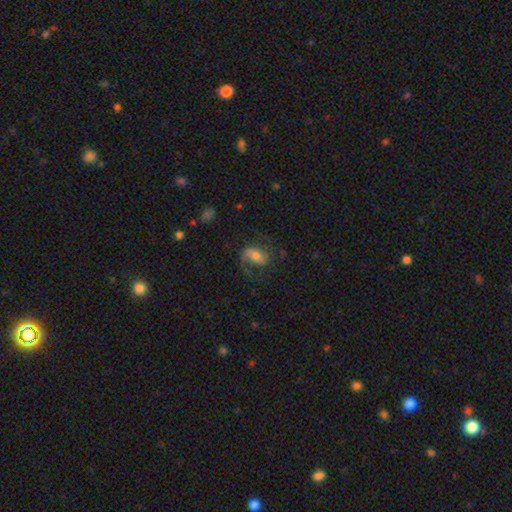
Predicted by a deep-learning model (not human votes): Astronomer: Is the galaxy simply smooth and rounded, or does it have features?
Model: featured or disk — 71%.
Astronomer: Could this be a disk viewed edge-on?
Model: no — 97%.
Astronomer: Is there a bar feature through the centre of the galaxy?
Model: weak — 44% (runner-up: no, 34%).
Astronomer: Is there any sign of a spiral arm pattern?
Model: yes — 93%.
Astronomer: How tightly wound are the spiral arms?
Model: medium — 47% (runner-up: loose, 40%).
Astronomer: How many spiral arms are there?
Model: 2 — 74%.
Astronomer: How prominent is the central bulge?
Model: moderate — 56%.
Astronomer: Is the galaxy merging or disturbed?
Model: none — 61%.